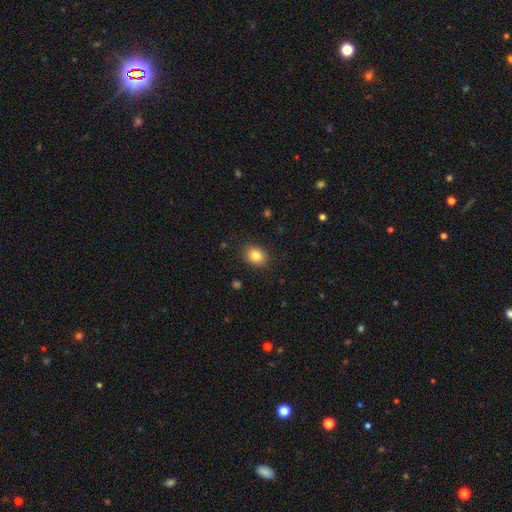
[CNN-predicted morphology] A smooth galaxy with no disk features (84%) that is round (55%).

Vote fractions:
- Smooth or featured? smooth: 84% / star or artifact: 10% / featured or disk: 6%
- How rounded? round: 55% / in between: 45% / cigar-shaped: 1%
- Merging? none: 89% / minor disturbance: 8% / major disturbance: 2% / merger: 1%